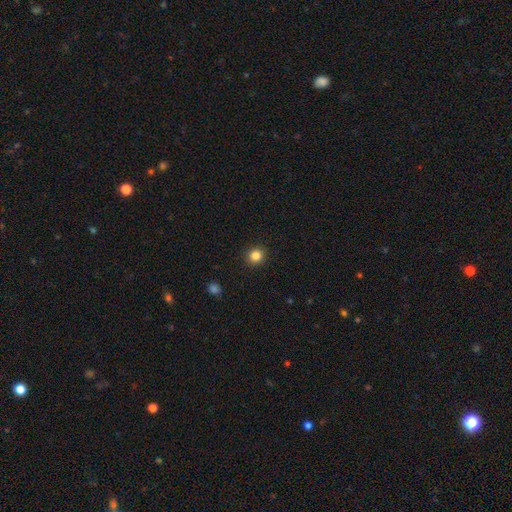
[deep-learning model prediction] This appears to be a smooth galaxy with no disk features (84%) that is round (88%). Merging: none (92%).